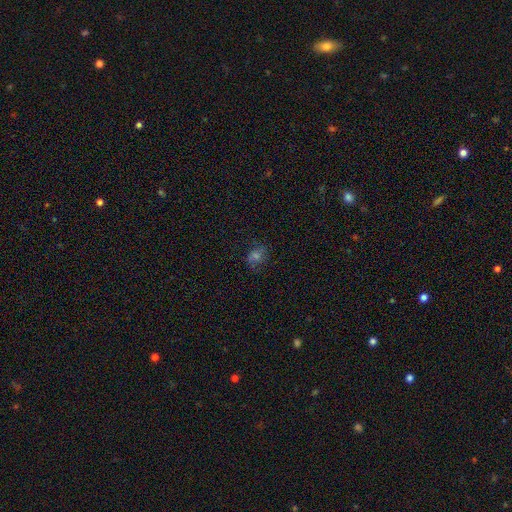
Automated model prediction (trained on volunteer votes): Overall: smooth (48%; featured or disk 29%). Merging: none (73%).